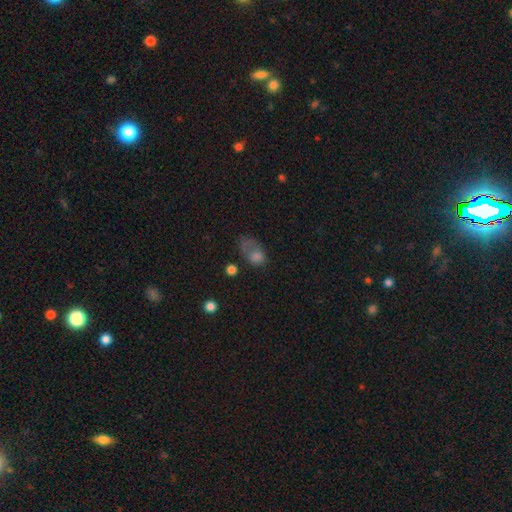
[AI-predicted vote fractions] Smooth or featured: smooth — 63% (featured or disk — 21%)
How rounded: in between — 73% (round — 24%)
Merging: major disturbance — 38% (none — 30%)